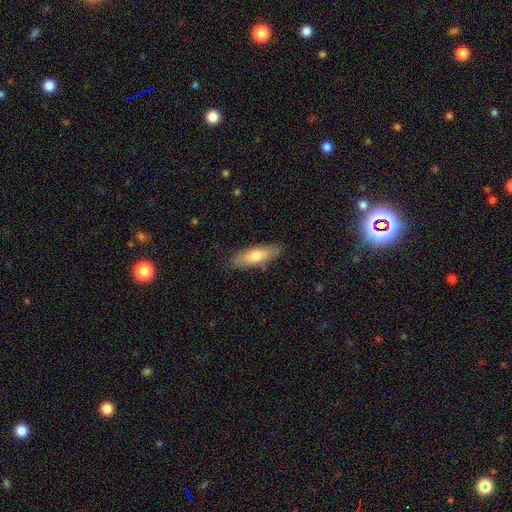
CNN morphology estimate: A smooth galaxy with no disk features (69%) that is in between round and cigar-shaped (59%).

Vote fractions:
- Smooth or featured? smooth: 69% / featured or disk: 26% / star or artifact: 6%
- How rounded? in between: 59% / cigar-shaped: 39% / round: 2%
- Merging? none: 83% / minor disturbance: 13% / major disturbance: 3% / merger: 1%